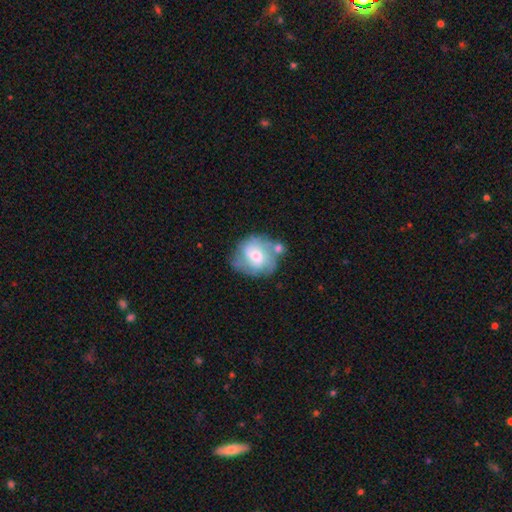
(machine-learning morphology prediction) type=featured or disk (59%); edge-on=no (97%); bar=no (58%); spiral arms=yes (81%); bulge=moderate (57%); merging=none (52%).